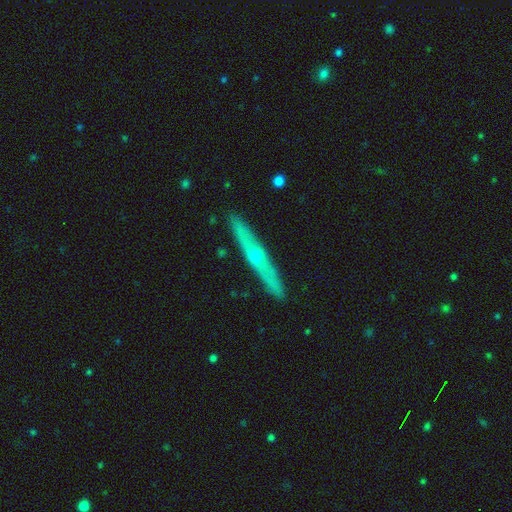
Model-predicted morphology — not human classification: Smooth or featured? Predicted: featured or disk (p=0.70). Edge-on disk? Predicted: yes (p=0.94). Edge-on bulge? Predicted: rounded (p=0.85). Merging? Predicted: none (p=0.91).